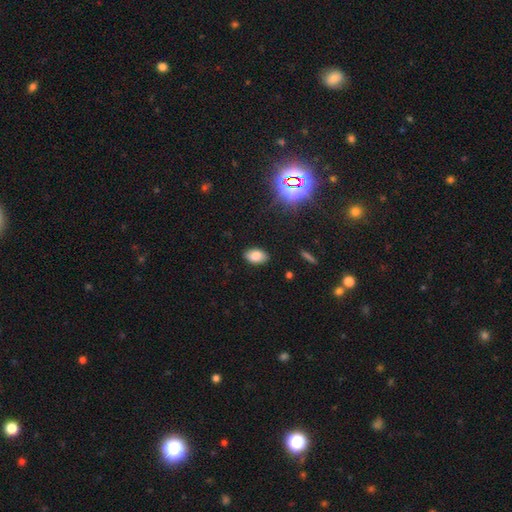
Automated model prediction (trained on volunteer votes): Smooth or featured? Predicted: smooth (p=0.79). How rounded? Predicted: in between (p=0.90). Merging? Predicted: none (p=0.88).